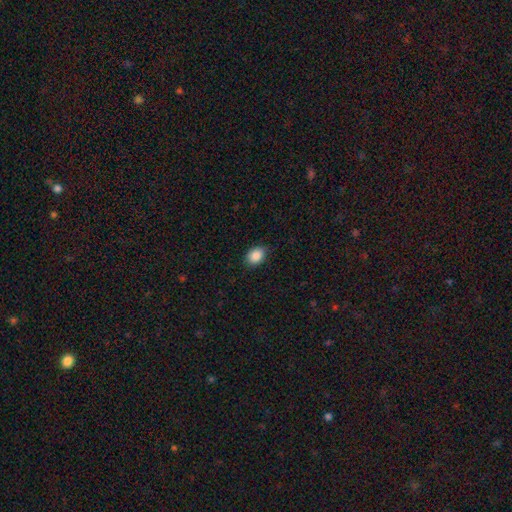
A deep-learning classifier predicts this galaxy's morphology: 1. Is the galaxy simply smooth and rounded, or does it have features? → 88% smooth, 8% star or artifact, 4% featured or disk.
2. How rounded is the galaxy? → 70% in between, 29% round, 1% cigar-shaped.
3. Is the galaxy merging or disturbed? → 81% none, 15% minor disturbance, 3% major disturbance, 1% merger.